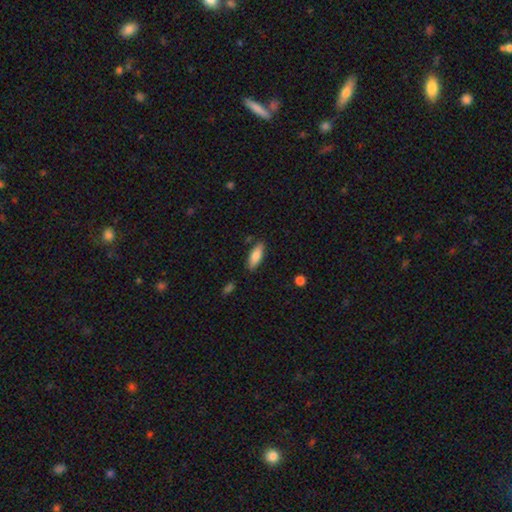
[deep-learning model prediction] Q: Smooth or featured?
A: smooth (80%); runner-up: featured or disk (13%)
Q: How rounded?
A: in between (70%); runner-up: cigar-shaped (28%)
Q: Merging?
A: none (84%); runner-up: minor disturbance (11%)